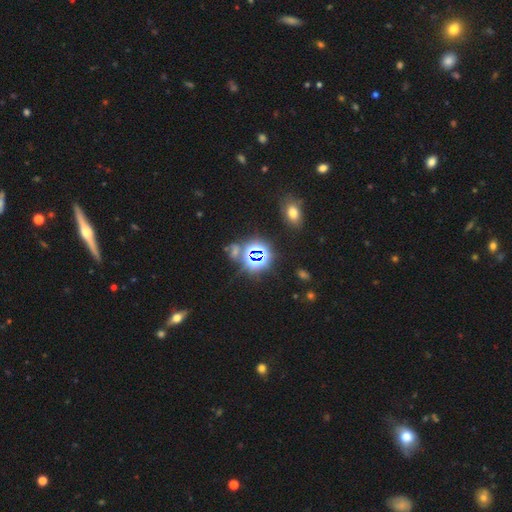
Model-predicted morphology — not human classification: smooth_or_featured: star or artifact (p=0.72) [alt: smooth p=0.19]